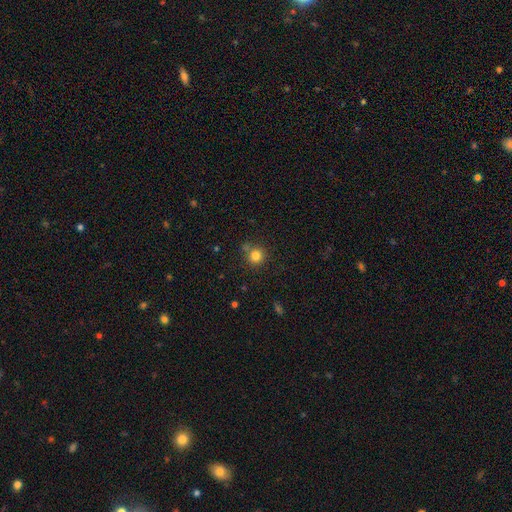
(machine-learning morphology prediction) A smooth galaxy with no disk features (81%) that is round (93%). Merging: none (77%).